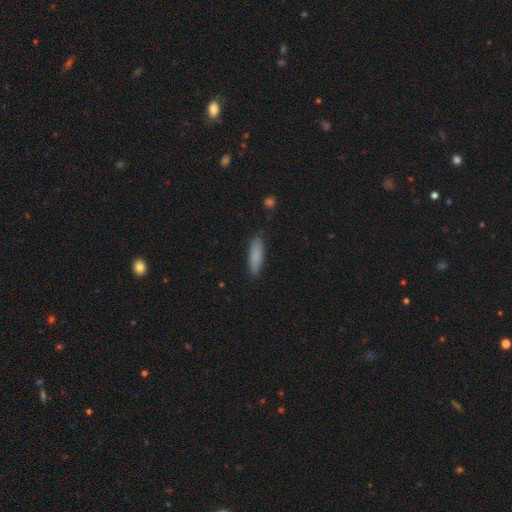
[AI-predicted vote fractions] This is clearly a smooth galaxy (84%). How rounded: possibly cigar-shaped (57%). Merging: clearly none (81%).